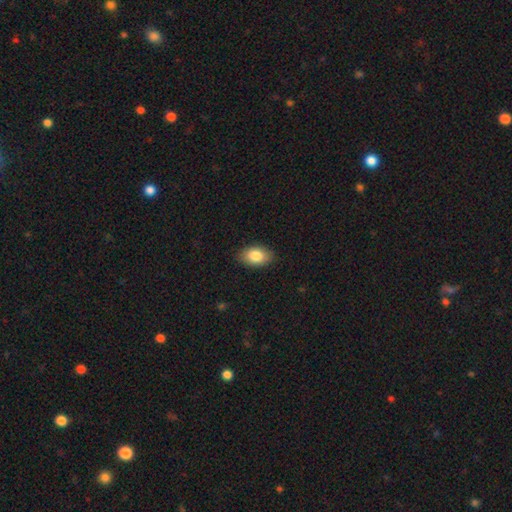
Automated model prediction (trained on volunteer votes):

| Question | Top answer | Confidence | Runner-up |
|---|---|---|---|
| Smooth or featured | smooth | 84% | featured or disk (9%) |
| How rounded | in between | 91% | round (8%) |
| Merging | none | 87% | minor disturbance (10%) |